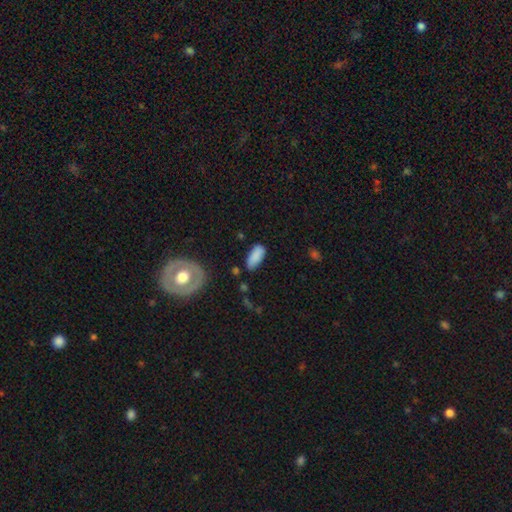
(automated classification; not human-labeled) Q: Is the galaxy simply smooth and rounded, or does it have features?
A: smooth — 85%.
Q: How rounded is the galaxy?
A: in between — 86%.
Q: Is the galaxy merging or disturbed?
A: none — 70%.